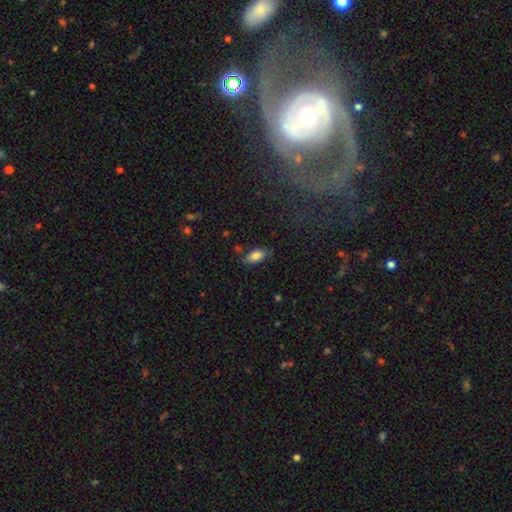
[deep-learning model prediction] Smooth or featured? Predicted: smooth (p=0.83). How rounded? Predicted: in between (p=0.90). Merging? Predicted: none (p=0.74).